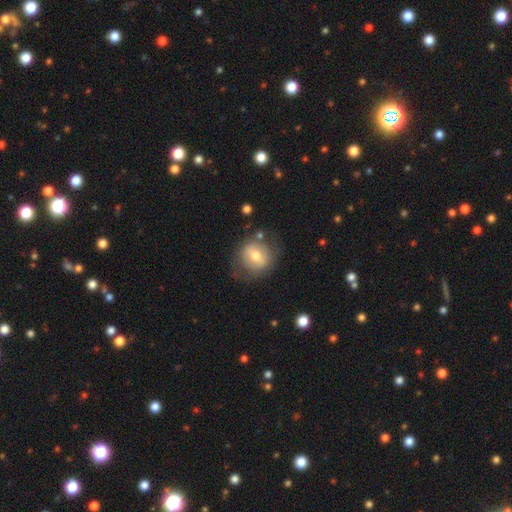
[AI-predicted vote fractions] smooth_or_featured: smooth (p=0.55) [alt: featured or disk p=0.37]
how_rounded: round (p=0.82) [alt: in between p=0.17]
merging: none (p=0.67) [alt: minor disturbance p=0.18]